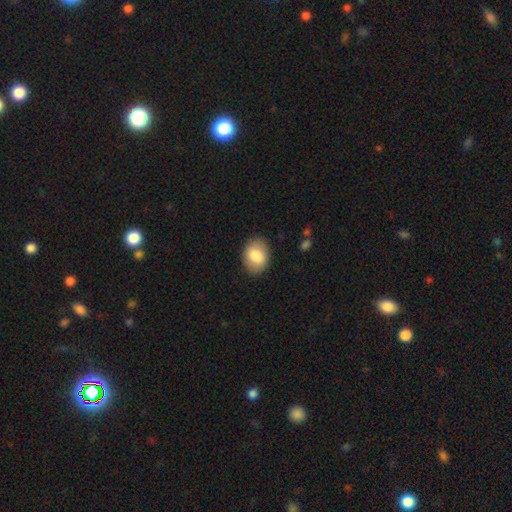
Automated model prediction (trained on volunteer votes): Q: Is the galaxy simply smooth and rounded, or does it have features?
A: smooth — 81%.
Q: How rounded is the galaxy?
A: in between — 73%.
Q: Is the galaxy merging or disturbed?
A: none — 87%.